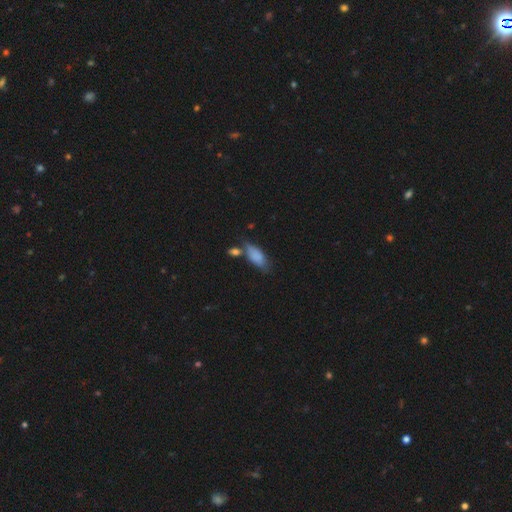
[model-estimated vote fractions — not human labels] Overall: smooth (82%). How rounded: in between (84%). Merging: none (46%; minor disturbance 24%).